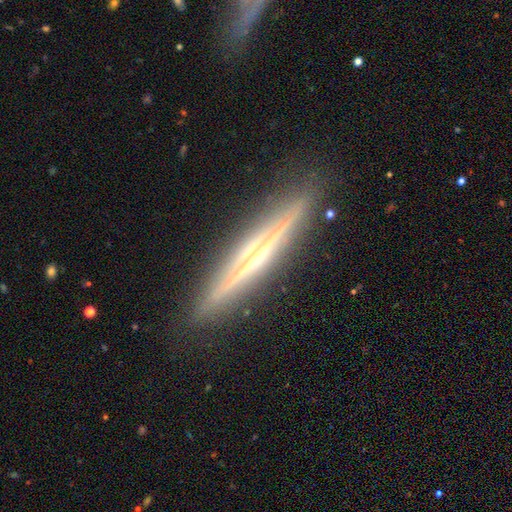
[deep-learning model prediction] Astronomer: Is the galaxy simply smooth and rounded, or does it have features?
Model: featured or disk — 81%.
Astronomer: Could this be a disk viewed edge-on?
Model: yes — 97%.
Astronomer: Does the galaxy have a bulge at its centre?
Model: rounded — 52% (runner-up: none, 38%).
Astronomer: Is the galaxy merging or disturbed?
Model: none — 89%.